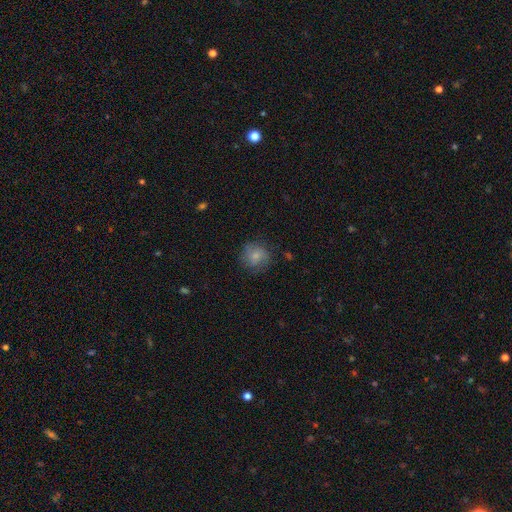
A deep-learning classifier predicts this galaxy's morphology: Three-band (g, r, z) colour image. It shows a smooth galaxy with no disk features (66%) that is round (88%). Merging: none (75%).